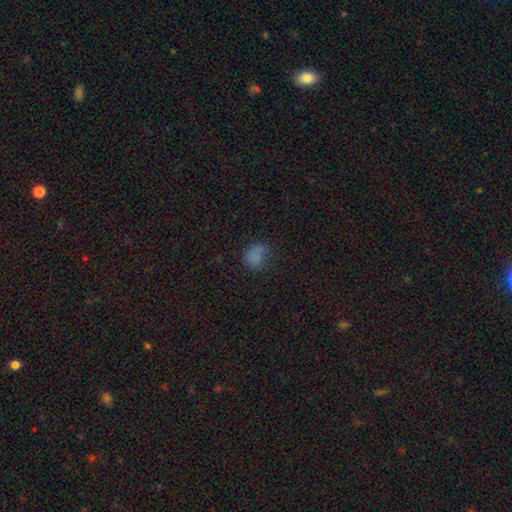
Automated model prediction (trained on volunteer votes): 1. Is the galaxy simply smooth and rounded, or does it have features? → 70% smooth, 19% star or artifact, 11% featured or disk.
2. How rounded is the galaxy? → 53% round, 46% in between, 2% cigar-shaped.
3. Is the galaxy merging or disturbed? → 53% none, 23% minor disturbance, 14% major disturbance, 9% merger.